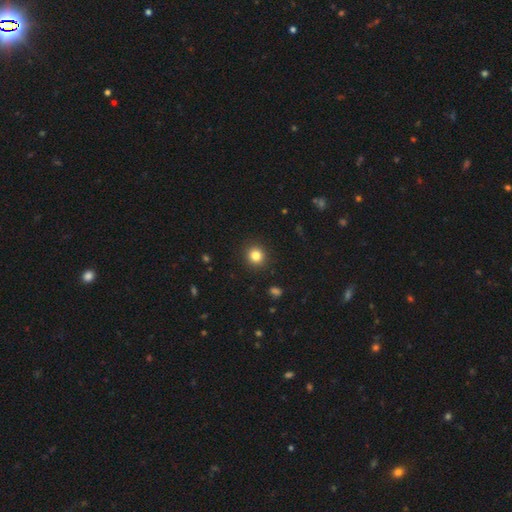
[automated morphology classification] smooth_or_featured: smooth (p=0.83) [alt: star or artifact p=0.12]
how_rounded: round (p=0.91) [alt: in between p=0.08]
merging: none (p=0.92) [alt: minor disturbance p=0.05]